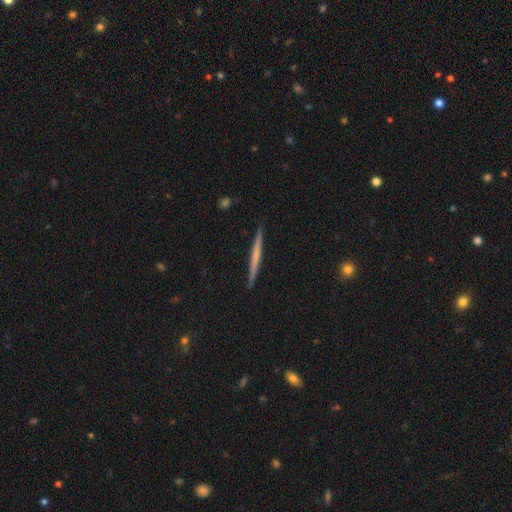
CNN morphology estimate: This appears to be a featured or disk galaxy (52%) viewed edge-on (98%) with no central bulge (79%). Merging: none (91%).